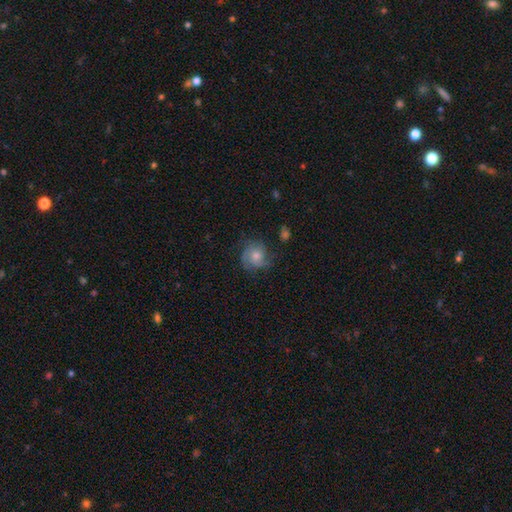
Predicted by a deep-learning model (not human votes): Q: Smooth or featured?
A: featured or disk (67%); runner-up: smooth (22%)
Q: Edge-on disk?
A: no (97%); runner-up: yes (3%)
Q: Bar?
A: no (77%); runner-up: weak (20%)
Q: Spiral arms?
A: yes (92%); runner-up: no (8%)
Q: Spiral winding?
A: tight (44%); runner-up: medium (42%)
Q: Spiral arm count?
A: 3 (41%); runner-up: can't tell (21%)
Q: Bulge size?
A: moderate (57%); runner-up: small (34%)
Q: Merging?
A: none (71%); runner-up: minor disturbance (18%)